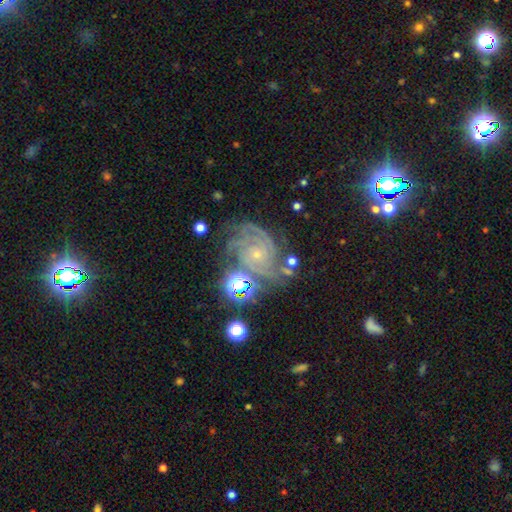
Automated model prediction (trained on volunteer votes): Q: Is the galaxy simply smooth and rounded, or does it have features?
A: featured or disk — 64%.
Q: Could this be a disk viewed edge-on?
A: no — 97%.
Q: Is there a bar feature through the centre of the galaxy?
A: no — 63%.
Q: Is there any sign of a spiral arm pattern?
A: yes — 93%.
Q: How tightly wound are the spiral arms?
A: tight — 54%.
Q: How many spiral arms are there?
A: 2 — 28%.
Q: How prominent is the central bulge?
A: small — 71%.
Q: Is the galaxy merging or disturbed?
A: none — 66%.